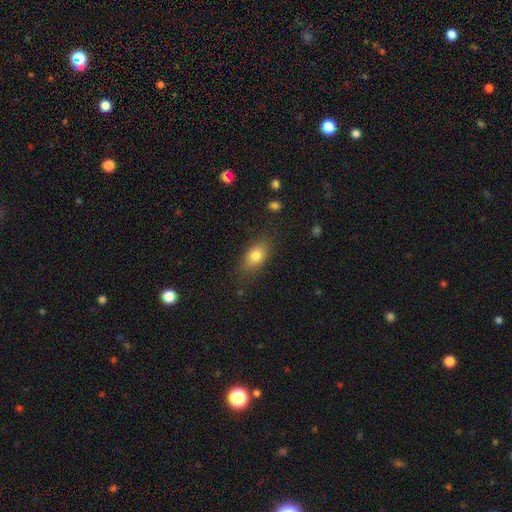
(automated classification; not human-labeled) This appears to be a smooth galaxy with no disk features (80%) that is in between round and cigar-shaped (83%). Merging: none (79%).